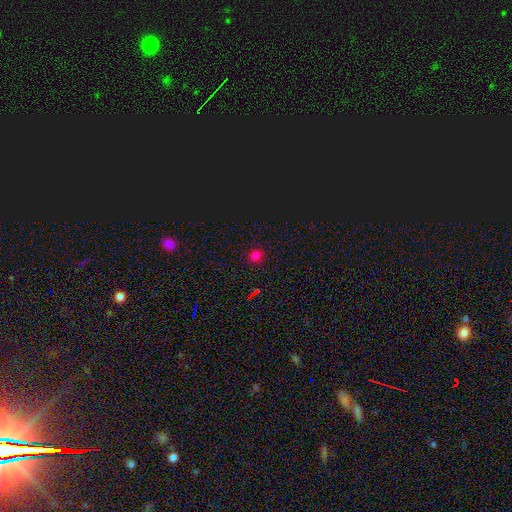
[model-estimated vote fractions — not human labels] Smooth or featured: smooth — 70% (star or artifact — 26%)
How rounded: round — 87% (in between — 12%)
Merging: none — 89% (minor disturbance — 7%)